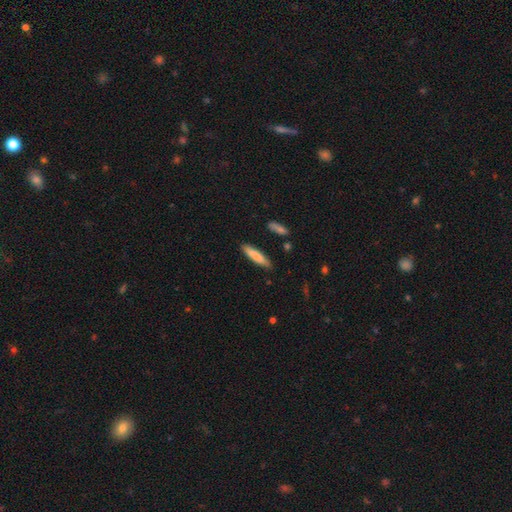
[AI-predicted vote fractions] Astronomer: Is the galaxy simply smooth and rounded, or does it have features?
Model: smooth — 82%.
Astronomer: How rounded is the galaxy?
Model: cigar-shaped — 83%.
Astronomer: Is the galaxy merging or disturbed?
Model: none — 87%.